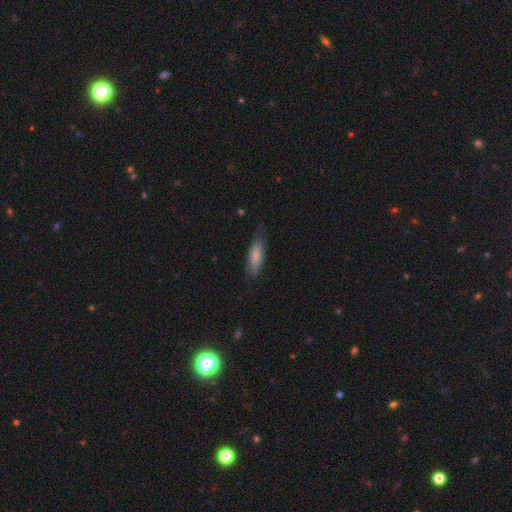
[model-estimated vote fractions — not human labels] Morphology: type=smooth (74%); roundness=cigar-shaped (50%); merging=none (70%).